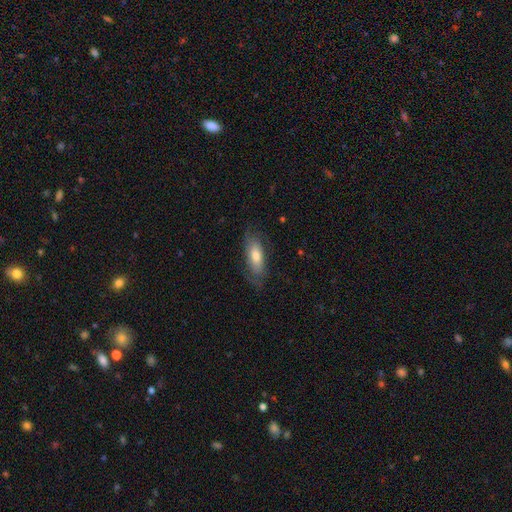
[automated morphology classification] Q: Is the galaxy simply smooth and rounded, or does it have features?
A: smooth — 58%.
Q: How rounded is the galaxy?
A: in between — 74%.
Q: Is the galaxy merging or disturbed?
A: none — 69%.